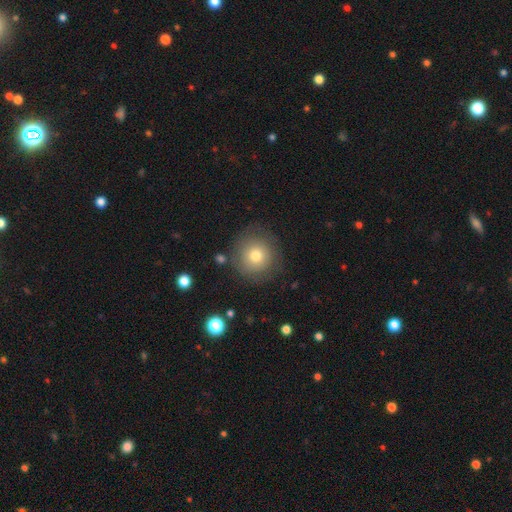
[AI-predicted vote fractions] Morphology: type=smooth (72%); roundness=round (94%); merging=none (80%).